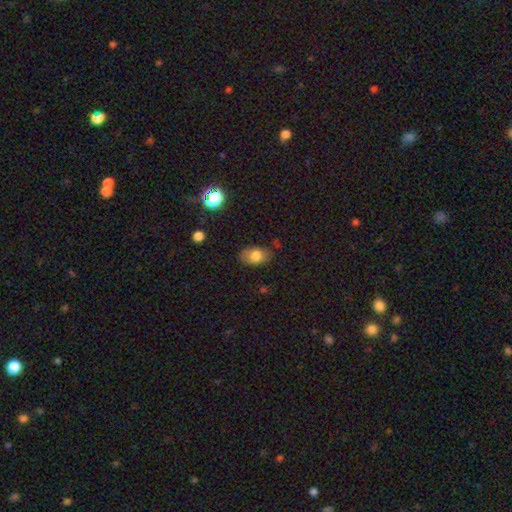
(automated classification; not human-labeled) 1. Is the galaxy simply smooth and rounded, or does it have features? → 76% smooth, 15% featured or disk, 9% star or artifact.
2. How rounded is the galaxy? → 87% in between, 12% round, 2% cigar-shaped.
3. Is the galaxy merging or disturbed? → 77% none, 17% minor disturbance, 4% major disturbance, 2% merger.